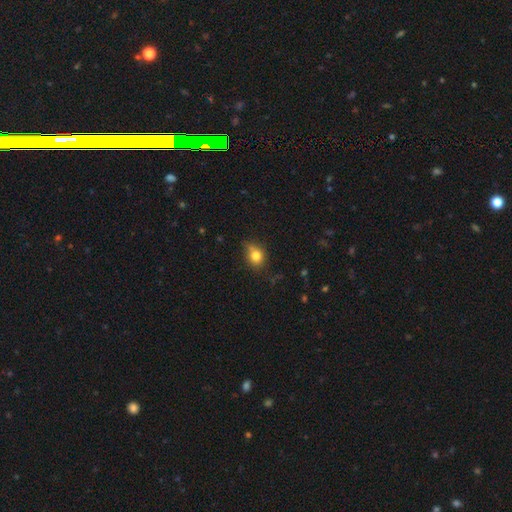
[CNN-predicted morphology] Smooth or featured? smooth (80%)
How rounded? round (56%)
Merging? none (65%)